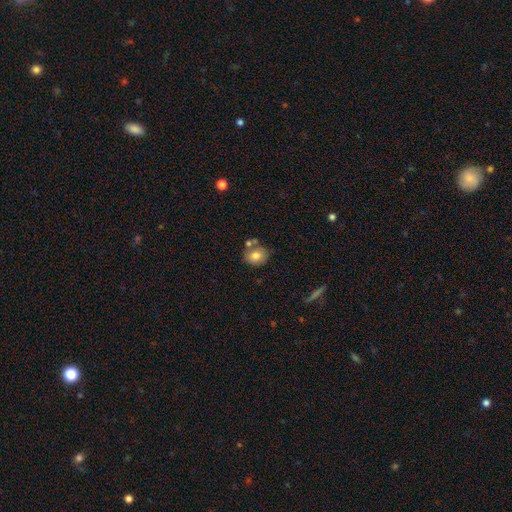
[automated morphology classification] smooth-or-featured: smooth: 78% | featured or disk: 13% | star or artifact: 9%
  how-rounded: round: 67% | in between: 32% | cigar-shaped: 1%
  merging: none: 64% | merger: 18% | minor disturbance: 14% | major disturbance: 4%